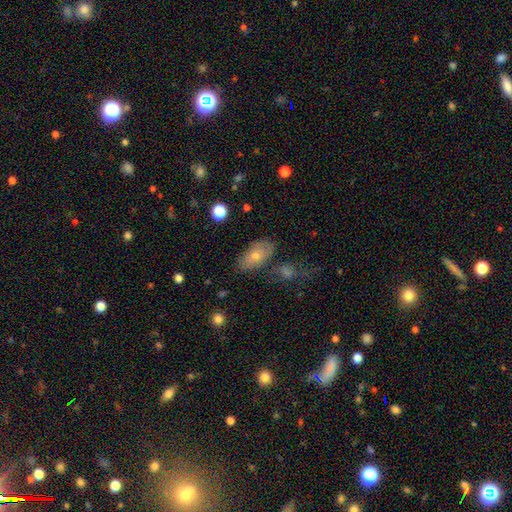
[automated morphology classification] The model was most divided on "smooth or featured": smooth: 61%, featured or disk: 29%, star or artifact: 11%. More confident: how rounded — in between (90%); merging — none (70%).